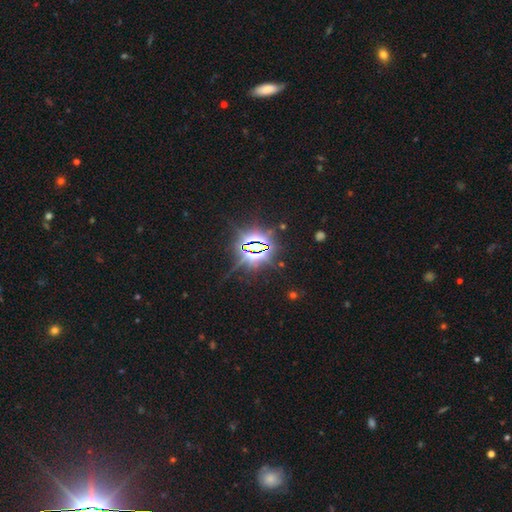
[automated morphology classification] Q: Smooth or featured?
A: star or artifact (84%); runner-up: smooth (9%)